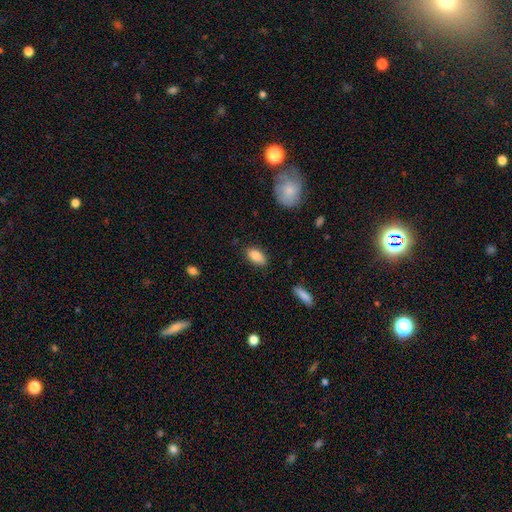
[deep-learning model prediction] Smooth or featured: smooth — 85% (featured or disk — 8%)
How rounded: in between — 87% (cigar-shaped — 9%)
Merging: none — 84% (minor disturbance — 12%)